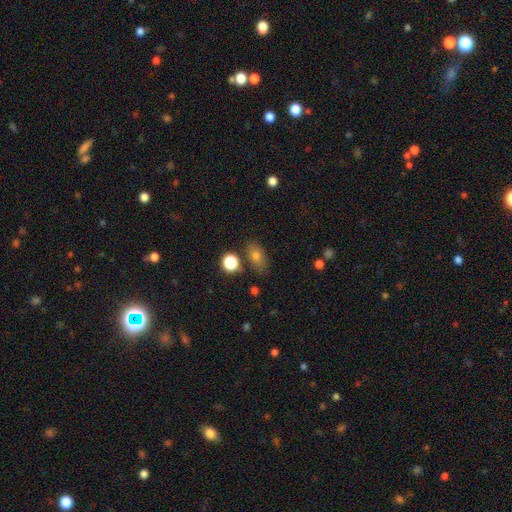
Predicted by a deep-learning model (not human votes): Smooth or featured: smooth — 73% (featured or disk — 14%)
How rounded: in between — 80% (round — 15%)
Merging: none — 78% (minor disturbance — 13%)